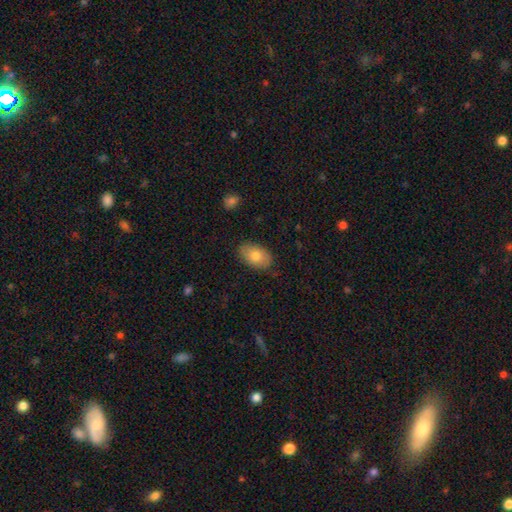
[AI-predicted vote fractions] Q: Smooth or featured?
A: smooth (78%); runner-up: featured or disk (15%)
Q: How rounded?
A: in between (91%); runner-up: round (8%)
Q: Merging?
A: none (83%); runner-up: minor disturbance (13%)